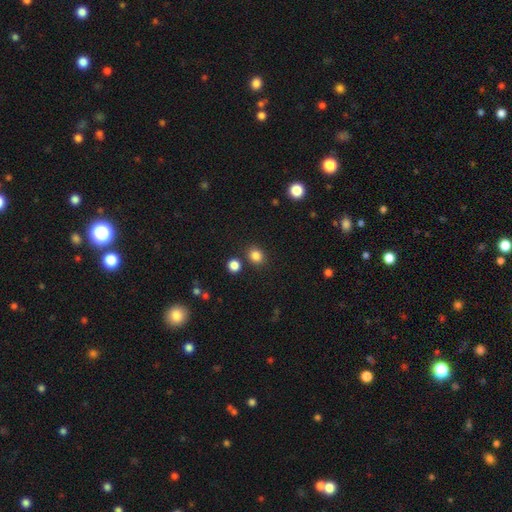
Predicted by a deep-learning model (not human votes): Smooth or featured: smooth — 83% (star or artifact — 13%)
How rounded: round — 73% (in between — 26%)
Merging: none — 82% (minor disturbance — 8%)